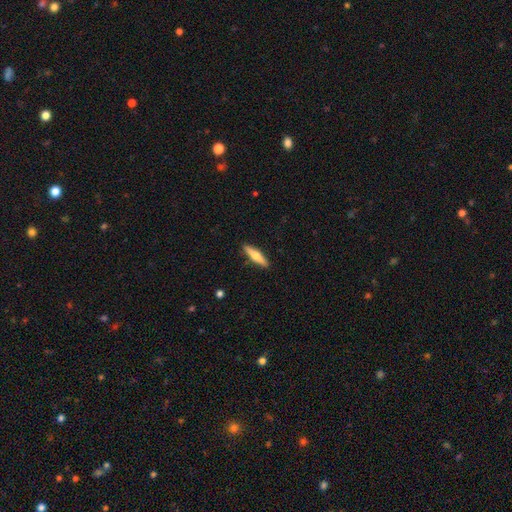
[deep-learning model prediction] Smooth or featured? smooth (60%)
How rounded? cigar-shaped (77%)
Merging? none (89%)